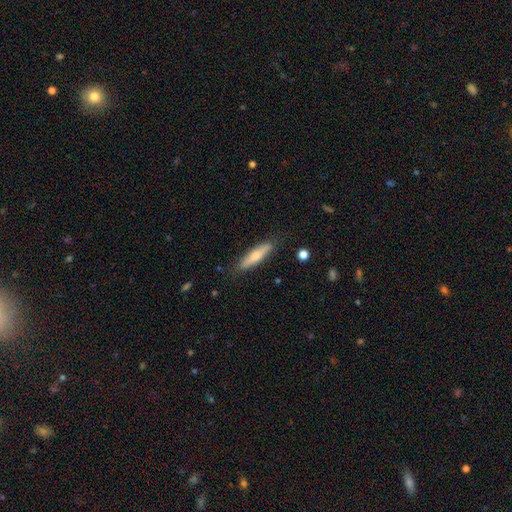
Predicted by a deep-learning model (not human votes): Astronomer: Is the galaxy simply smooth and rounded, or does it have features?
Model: smooth — 63%.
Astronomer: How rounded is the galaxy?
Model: cigar-shaped — 78%.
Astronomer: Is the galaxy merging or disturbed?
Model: none — 84%.